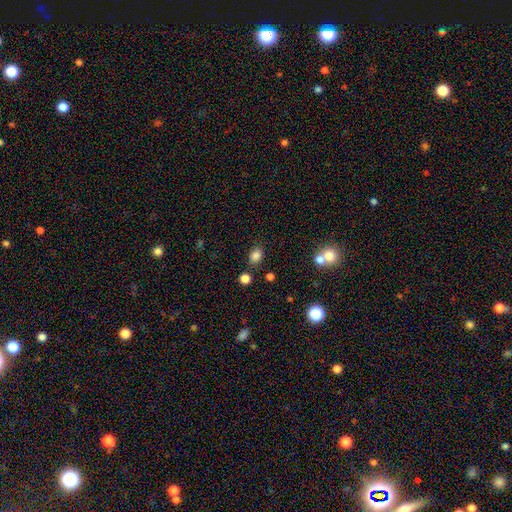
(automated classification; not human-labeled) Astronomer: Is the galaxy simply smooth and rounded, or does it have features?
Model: smooth — 82%.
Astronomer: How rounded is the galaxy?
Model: in between — 61% (runner-up: round, 37%).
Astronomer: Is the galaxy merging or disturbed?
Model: none — 78%.